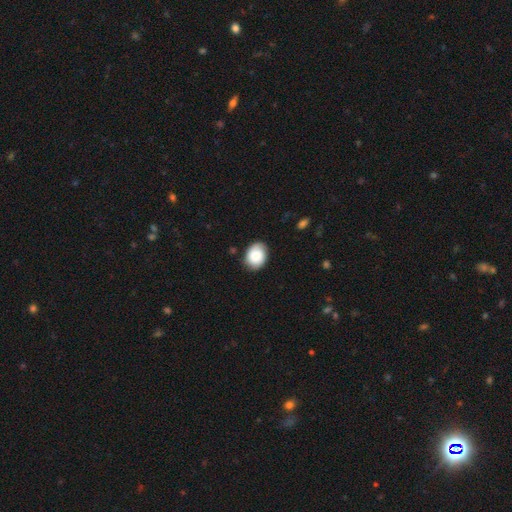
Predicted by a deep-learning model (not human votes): Overall: smooth (79%). How rounded: in between (58%; round 41%). Merging: none (75%).